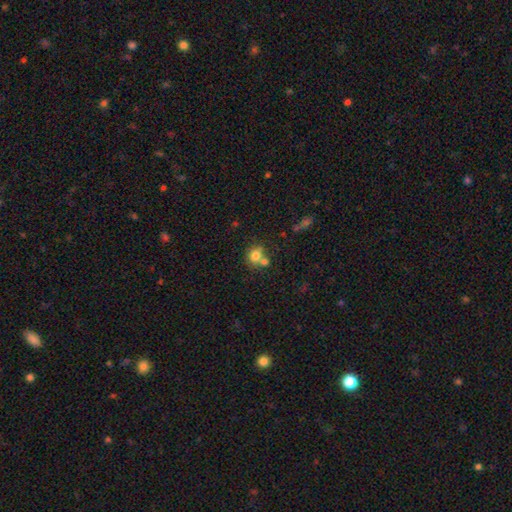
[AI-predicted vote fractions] Morphology: type=smooth (76%); roundness=round (76%); merging=none (47%).